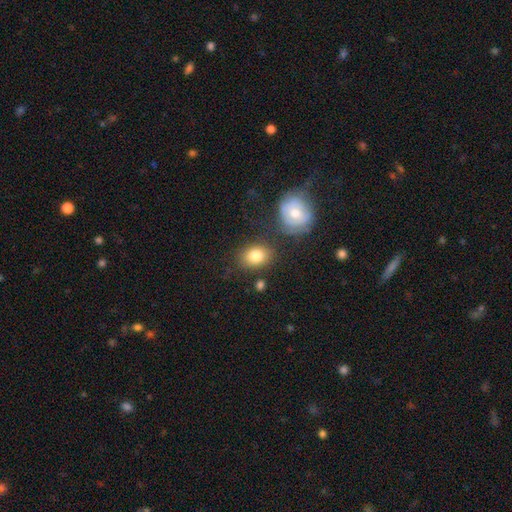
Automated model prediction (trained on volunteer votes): smooth 82%, featured or disk 10%, star or artifact 8%. Down the decision tree: how rounded — in between (67%); merging — none (77%).